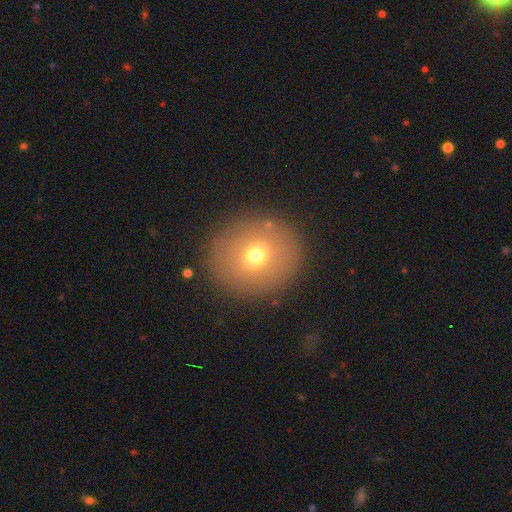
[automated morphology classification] Overall: smooth (52%; featured or disk 35%). How rounded: round (73%). Merging: none (85%).